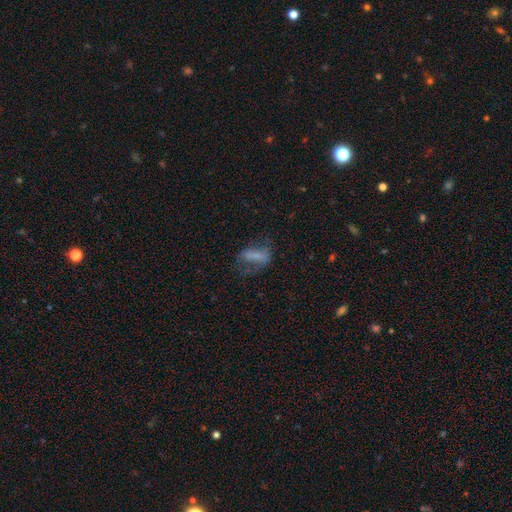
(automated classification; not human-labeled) Q: Smooth or featured?
A: smooth (55%); runner-up: featured or disk (32%)
Q: How rounded?
A: in between (70%); runner-up: cigar-shaped (23%)
Q: Merging?
A: none (42%); runner-up: major disturbance (32%)